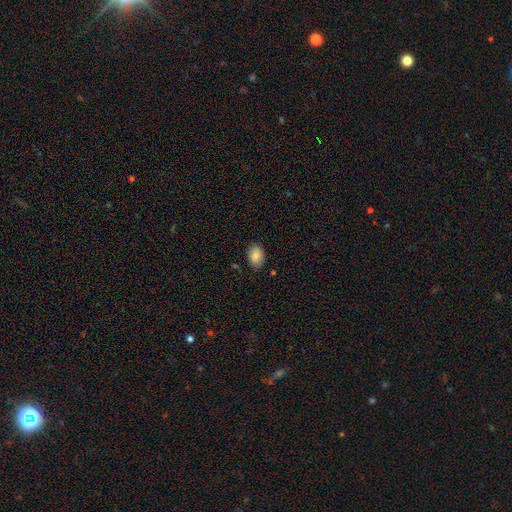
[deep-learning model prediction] The model was most divided on "how rounded": in between: 81%, round: 18%, cigar-shaped: 1%. More confident: smooth or featured — smooth (86%); merging — none (85%).